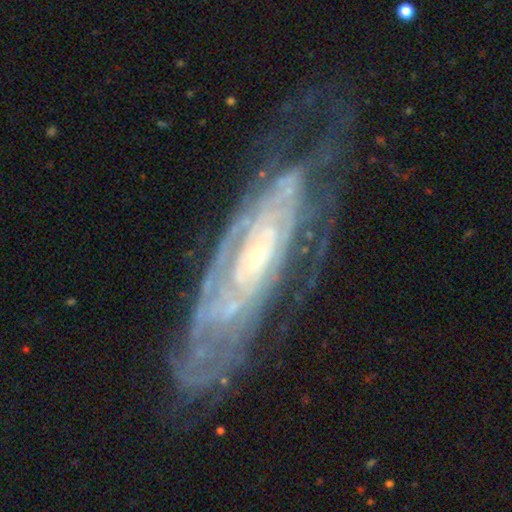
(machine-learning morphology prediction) Smooth or featured? Predicted: featured or disk (p=0.83). Edge-on disk? Predicted: no (p=0.82). Bar? Predicted: no (p=0.68). Spiral arms? Predicted: yes (p=0.89). Spiral winding? Predicted: tight (p=0.73). Spiral arm count? Predicted: can't tell (p=0.57). Bulge size? Predicted: small (p=0.78). Merging? Predicted: none (p=0.63).